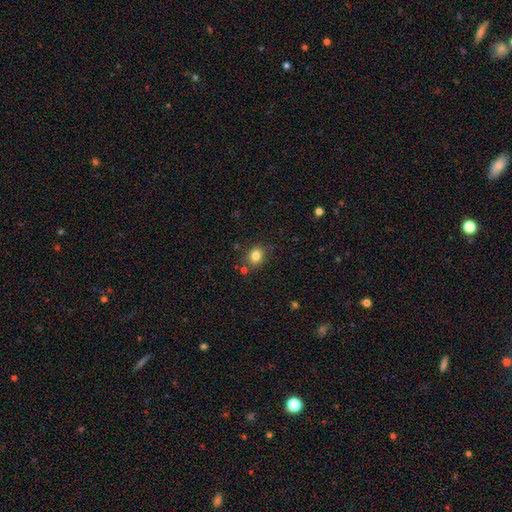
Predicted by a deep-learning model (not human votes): Smooth or featured: smooth — 82% (star or artifact — 11%)
How rounded: round — 59% (in between — 41%)
Merging: none — 79% (minor disturbance — 12%)